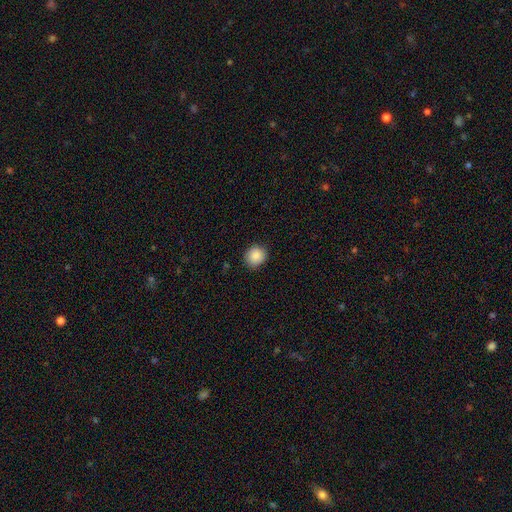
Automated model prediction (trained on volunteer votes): This is clearly a smooth galaxy (87%). How rounded: clearly round (80%). Merging: clearly none (87%).